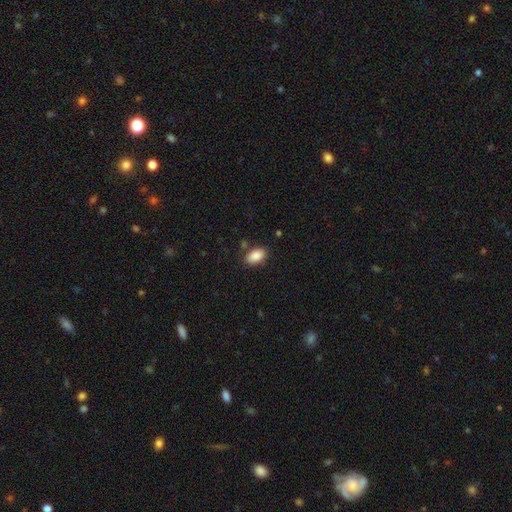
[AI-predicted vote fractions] A smooth galaxy with no disk features (88%) that is in between round and cigar-shaped (92%). Merging: none (82%).